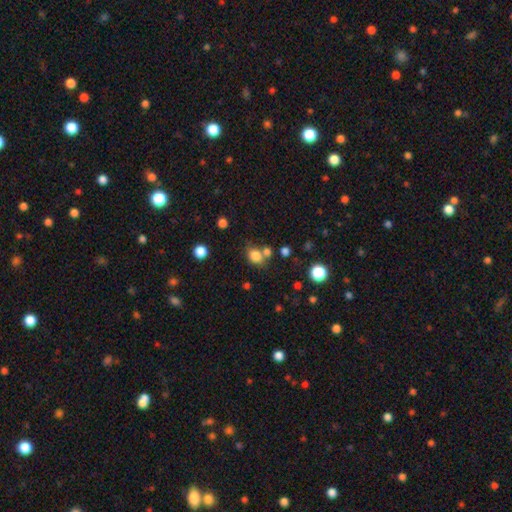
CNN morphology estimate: smooth 80%, star or artifact 13%, featured or disk 7%. Down the decision tree: how rounded — round (58%); merging — none (55%).